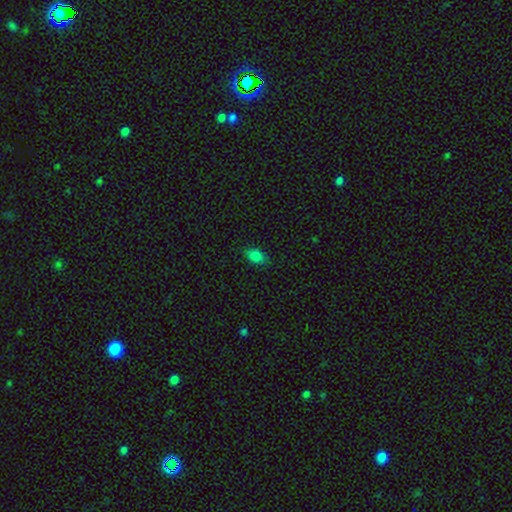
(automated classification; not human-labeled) smooth-or-featured: smooth: 83% | star or artifact: 11% | featured or disk: 6%
  how-rounded: in between: 86% | round: 11% | cigar-shaped: 3%
  merging: none: 83% | minor disturbance: 14% | major disturbance: 3% | merger: 1%